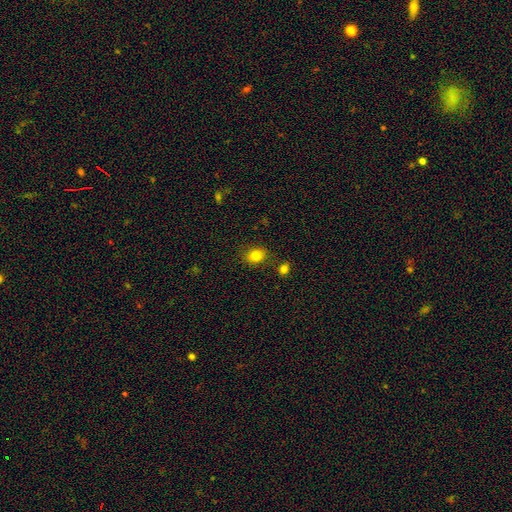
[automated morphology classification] This is clearly a smooth galaxy (83%). How rounded: possibly round (52%). Merging: clearly none (81%).